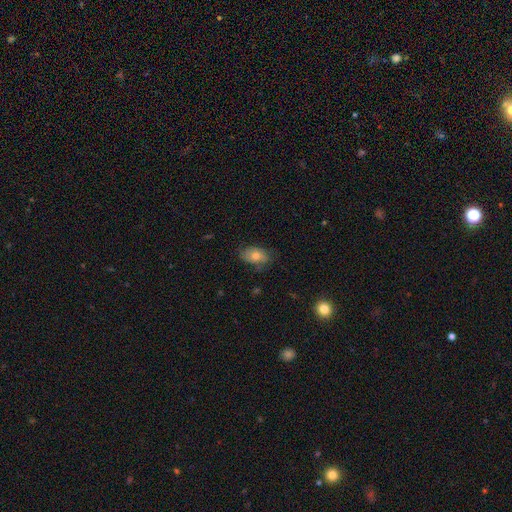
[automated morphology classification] smooth-or-featured: smooth: 64% | featured or disk: 26% | star or artifact: 10%
  how-rounded: in between: 86% | round: 12% | cigar-shaped: 2%
  merging: none: 71% | minor disturbance: 22% | major disturbance: 5% | merger: 1%